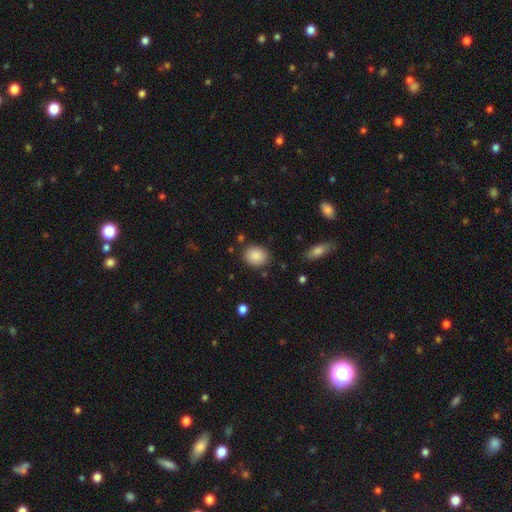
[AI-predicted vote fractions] This appears to be a smooth galaxy with no disk features (87%) that is round (59%). Merging: none (85%).